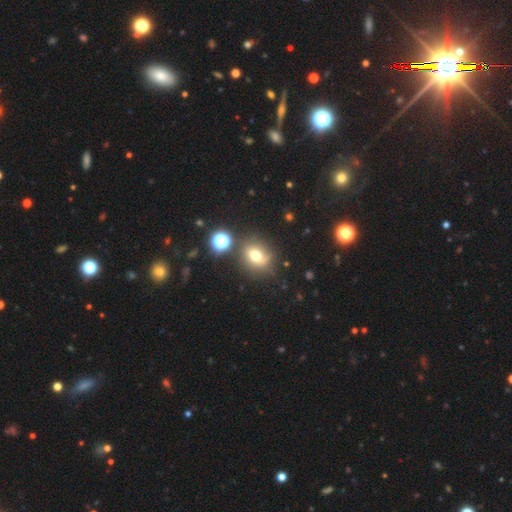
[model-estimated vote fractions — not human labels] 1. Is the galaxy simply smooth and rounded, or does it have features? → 66% smooth, 17% star or artifact, 16% featured or disk.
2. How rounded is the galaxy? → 61% round, 37% in between, 2% cigar-shaped.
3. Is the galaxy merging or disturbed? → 69% none, 17% minor disturbance, 8% merger, 6% major disturbance.